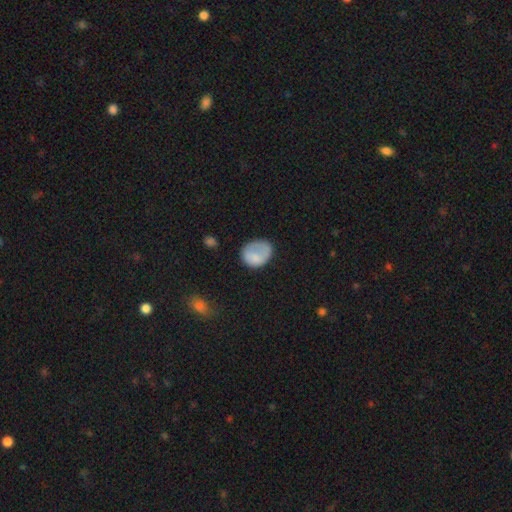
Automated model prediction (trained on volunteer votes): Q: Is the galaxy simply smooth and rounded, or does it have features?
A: smooth — 77%.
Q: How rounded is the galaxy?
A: in between — 53%.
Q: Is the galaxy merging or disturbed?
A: none — 48%.